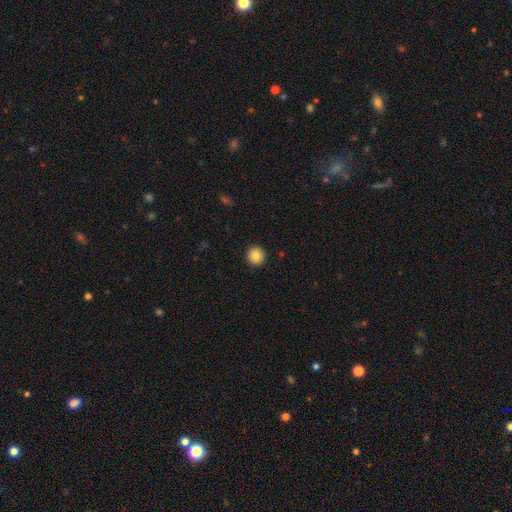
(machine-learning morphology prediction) Smooth or featured: smooth — 87% (star or artifact — 9%)
How rounded: round — 94% (in between — 5%)
Merging: none — 93% (minor disturbance — 5%)